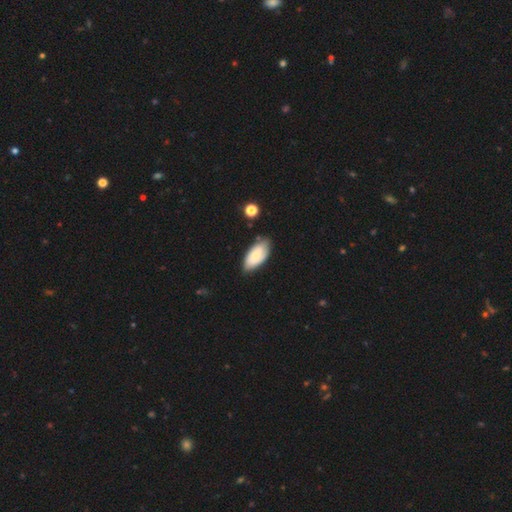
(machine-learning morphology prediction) type=smooth (54%); roundness=in between (92%); merging=none (72%).